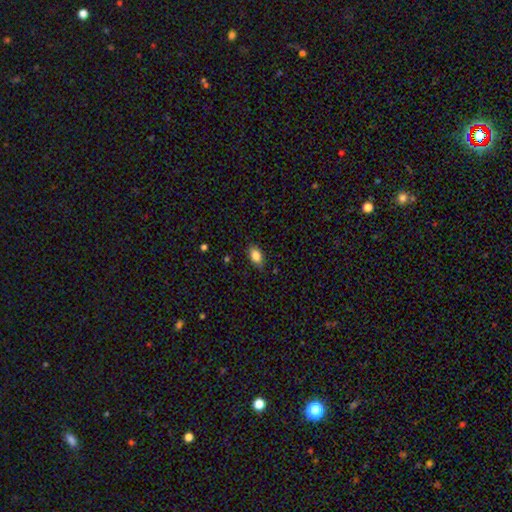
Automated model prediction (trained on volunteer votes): smooth-or-featured: smooth: 83% | star or artifact: 8% | featured or disk: 8%
  how-rounded: in between: 86% | round: 10% | cigar-shaped: 4%
  merging: none: 80% | minor disturbance: 16% | major disturbance: 3% | merger: 1%